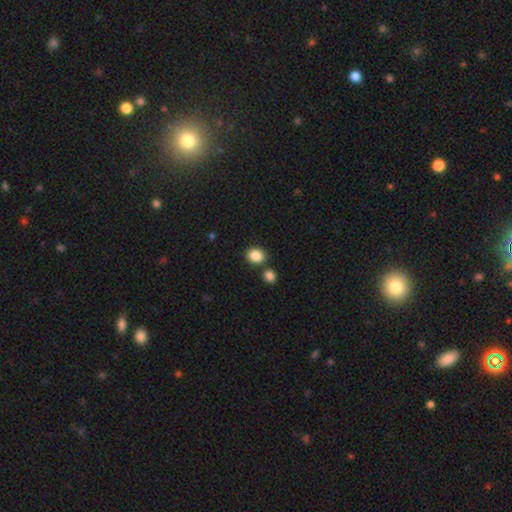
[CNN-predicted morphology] Smooth or featured? Predicted: smooth (p=0.87). How rounded? Predicted: round (p=0.64). Merging? Predicted: none (p=0.76).